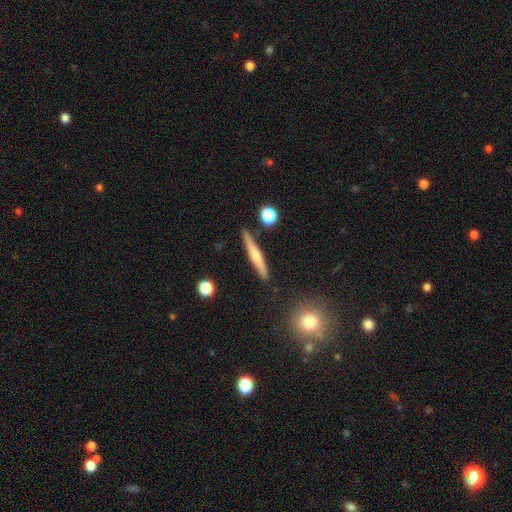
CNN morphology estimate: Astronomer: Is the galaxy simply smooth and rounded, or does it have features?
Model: featured or disk — 51% (runner-up: smooth, 42%).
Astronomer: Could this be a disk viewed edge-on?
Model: yes — 95%.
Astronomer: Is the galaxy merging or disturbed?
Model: none — 88%.